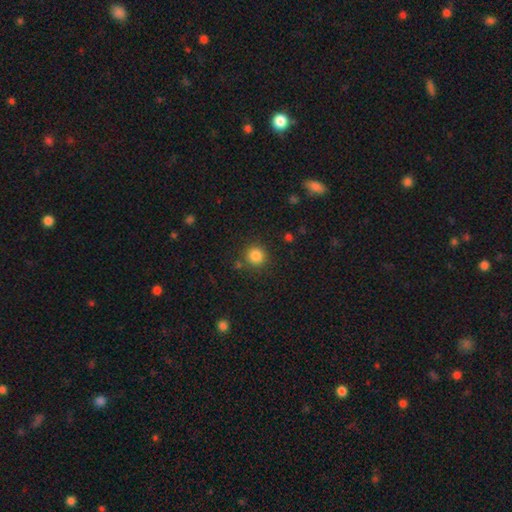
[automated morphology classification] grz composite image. It shows a smooth galaxy with no disk features (85%) that is round (93%). Merging: none (84%).